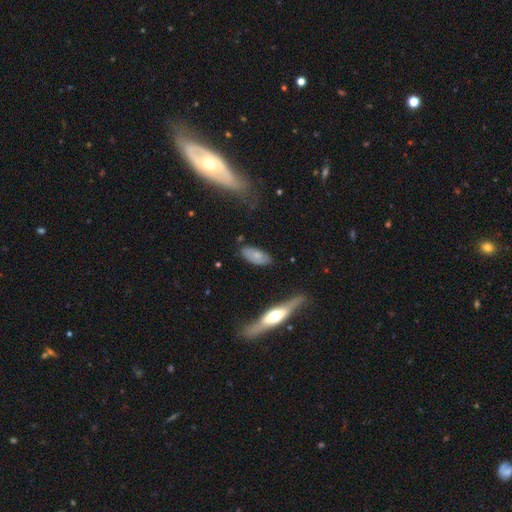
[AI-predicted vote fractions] Overall: smooth (68%). How rounded: in between (87%). Merging: none (75%).